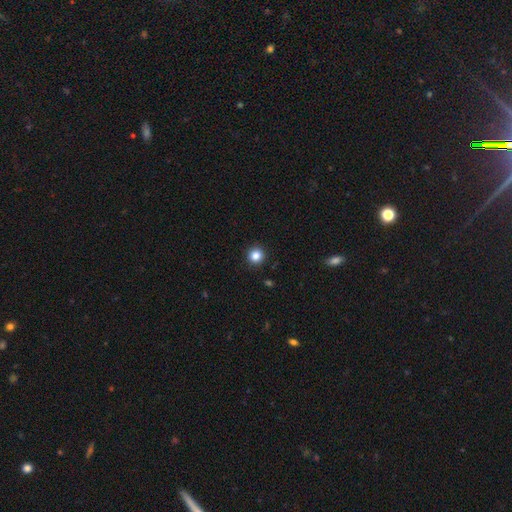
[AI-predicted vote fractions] Smooth or featured? smooth (85%)
How rounded? round (94%)
Merging? none (92%)